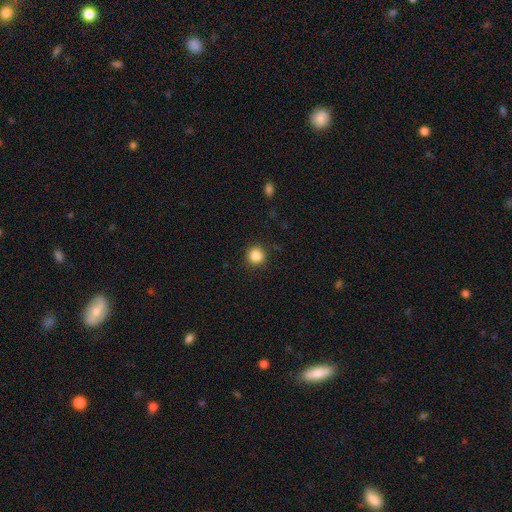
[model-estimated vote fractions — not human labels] A smooth galaxy with no disk features (86%) that is round (91%). Merging: none (89%).